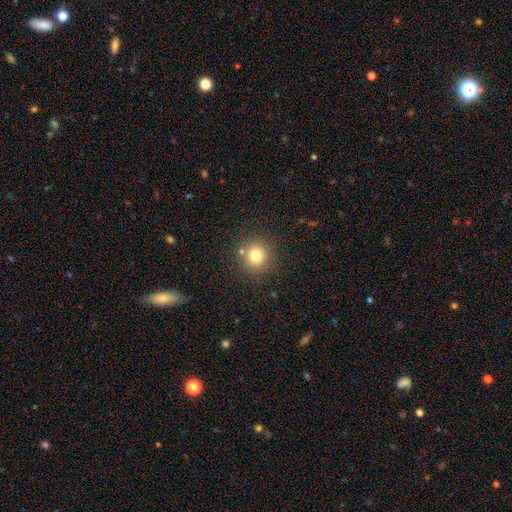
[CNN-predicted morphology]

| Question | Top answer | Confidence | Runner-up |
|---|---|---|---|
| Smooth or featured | smooth | 77% | star or artifact (14%) |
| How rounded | round | 94% | in between (5%) |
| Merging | none | 83% | minor disturbance (8%) |